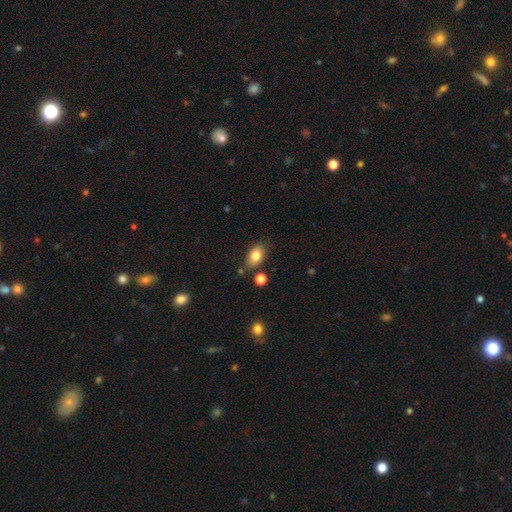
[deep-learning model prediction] Smooth or featured? Predicted: smooth (p=0.82). How rounded? Predicted: in between (p=0.85). Merging? Predicted: none (p=0.77).